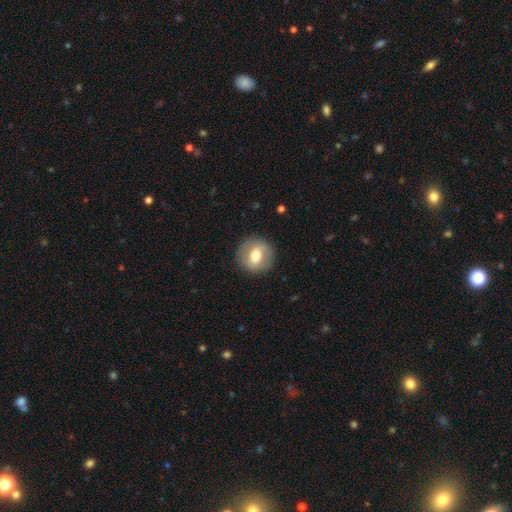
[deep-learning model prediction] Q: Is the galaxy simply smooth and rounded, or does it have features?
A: smooth — 57%.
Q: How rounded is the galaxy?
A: round — 89%.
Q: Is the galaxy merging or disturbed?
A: none — 88%.